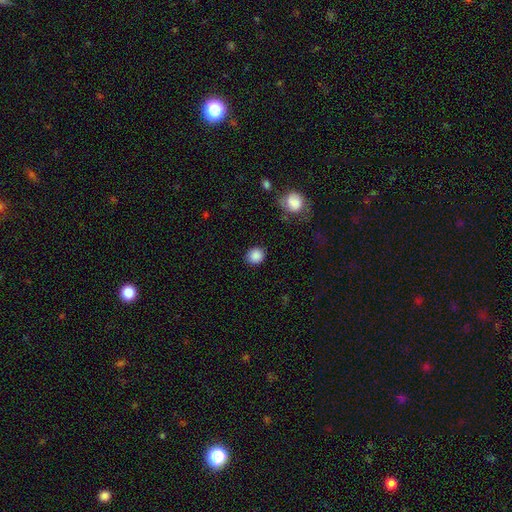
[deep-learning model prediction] This is clearly a smooth galaxy (88%). How rounded: clearly round (84%). Merging: clearly none (88%).